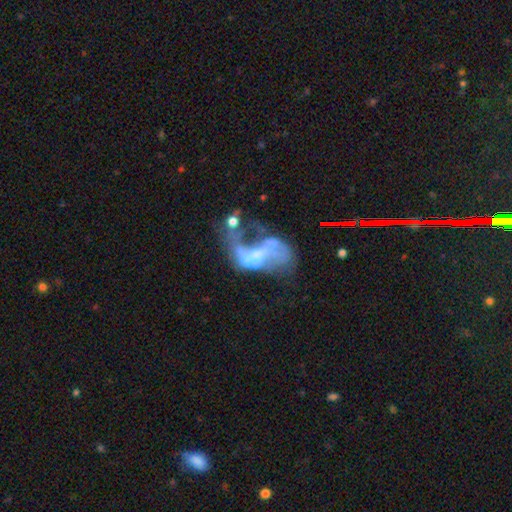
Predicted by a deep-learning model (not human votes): smooth-or-featured: featured or disk: 74% | smooth: 14% | star or artifact: 12%
  disk-edge-on: no: 97% | yes: 3%
    bar: no: 66% | weak: 25% | strong: 9%
    has-spiral-arms: no: 54% | yes: 46%
    bulge-size: small: 33% | none: 32% | moderate: 29% | large: 4% | dominant: 2%
  merging: merger: 38% | major disturbance: 35% | none: 17% | minor disturbance: 10%